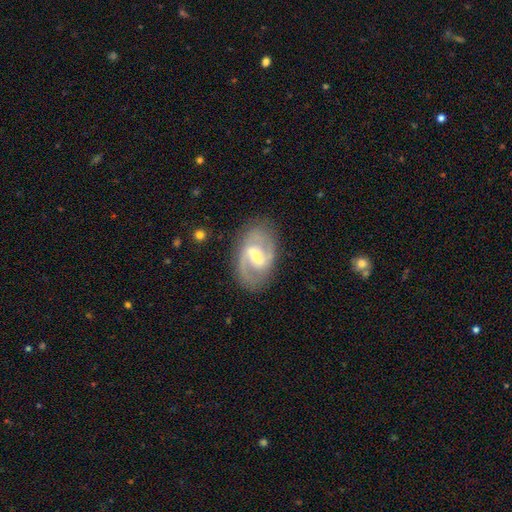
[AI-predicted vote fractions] smooth_or_featured: featured or disk (p=0.85) [alt: smooth p=0.10]
disk_edge_on: no (p=0.97) [alt: yes p=0.03]
bar: weak (p=0.55) [alt: strong p=0.28]
has_spiral_arms: yes (p=0.95) [alt: no p=0.05]
spiral_winding: medium (p=0.56) [alt: tight p=0.22]
spiral_arm_count: 2 (p=0.88) [alt: can't tell p=0.05]
bulge_size: moderate (p=0.49) [alt: small p=0.45]
merging: none (p=0.81) [alt: minor disturbance p=0.13]